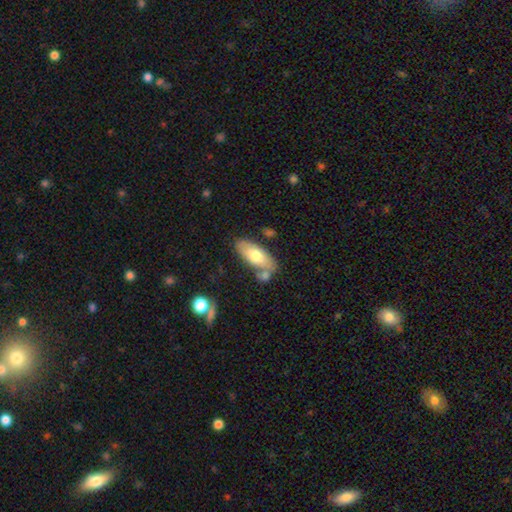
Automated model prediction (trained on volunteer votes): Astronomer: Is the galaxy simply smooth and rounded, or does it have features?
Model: smooth — 68%.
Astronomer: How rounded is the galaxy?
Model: in between — 84%.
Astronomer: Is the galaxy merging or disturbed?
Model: none — 68%.